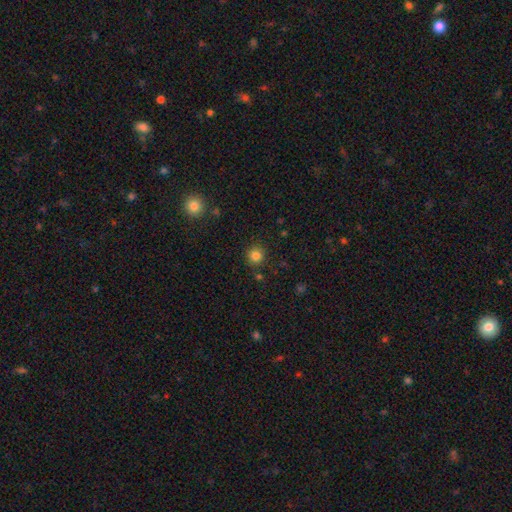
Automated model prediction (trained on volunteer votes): Smooth or featured?
  - smooth: 82% *
  - star or artifact: 13%
  - featured or disk: 5%
How rounded?
  - round: 92% *
  - in between: 7%
  - cigar-shaped: 1%
Merging?
  - none: 87% *
  - minor disturbance: 8%
  - merger: 3%
  - major disturbance: 3%